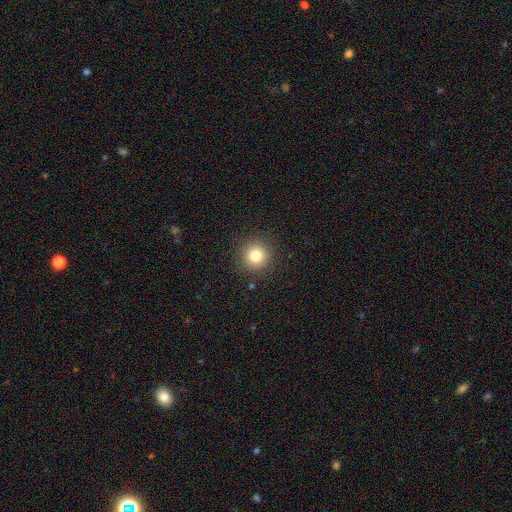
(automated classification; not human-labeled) A smooth galaxy with no disk features (81%) that is round (95%). Merging: none (90%).